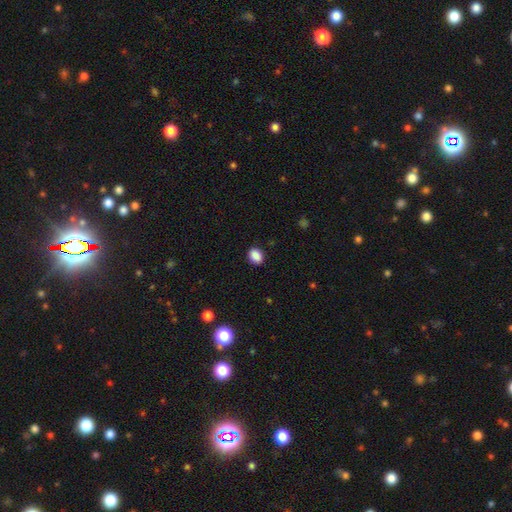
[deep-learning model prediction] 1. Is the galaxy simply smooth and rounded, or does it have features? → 88% smooth, 9% star or artifact, 3% featured or disk.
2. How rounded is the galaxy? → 62% in between, 37% round, 1% cigar-shaped.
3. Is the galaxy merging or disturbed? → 89% none, 8% minor disturbance, 2% major disturbance, 1% merger.